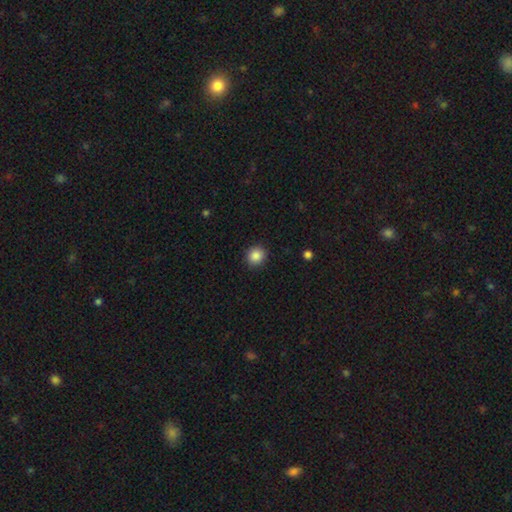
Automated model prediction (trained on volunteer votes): Smooth or featured? smooth (87%)
How rounded? round (88%)
Merging? none (91%)